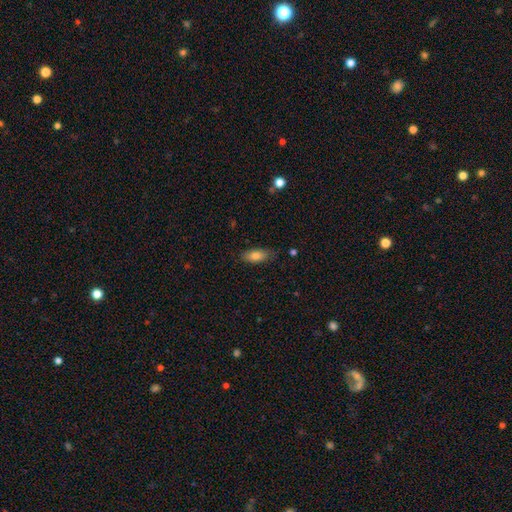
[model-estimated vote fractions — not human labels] Q: Smooth or featured?
A: smooth (80%); runner-up: featured or disk (13%)
Q: How rounded?
A: in between (82%); runner-up: cigar-shaped (15%)
Q: Merging?
A: none (79%); runner-up: minor disturbance (17%)